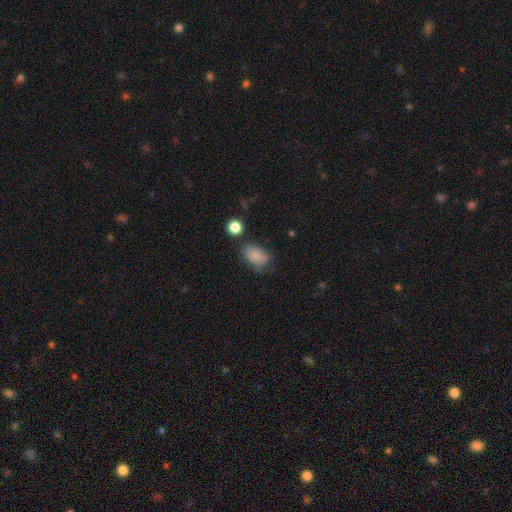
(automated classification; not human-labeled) This is clearly a smooth galaxy (83%). How rounded: clearly in between (82%). Merging: likely none (61%).